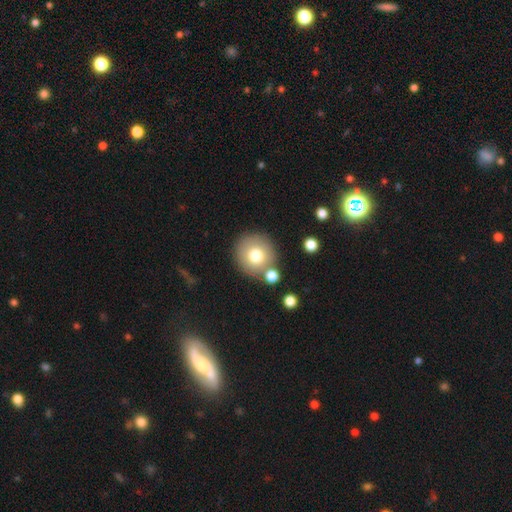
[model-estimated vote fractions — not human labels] The model was most divided on "smooth or featured": smooth: 75%, featured or disk: 15%, star or artifact: 10%. More confident: how rounded — round (92%); merging — none (77%).